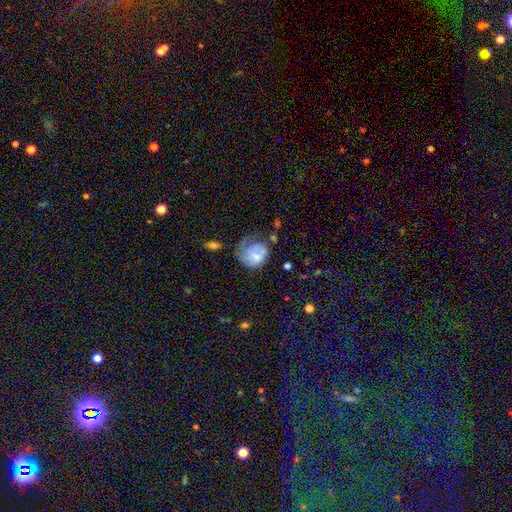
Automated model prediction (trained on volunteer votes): smooth-or-featured: smooth: 54% | featured or disk: 38% | star or artifact: 8%
  how-rounded: round: 64% | in between: 35% | cigar-shaped: 1%
  merging: major disturbance: 35% | none: 30% | minor disturbance: 28% | merger: 7%